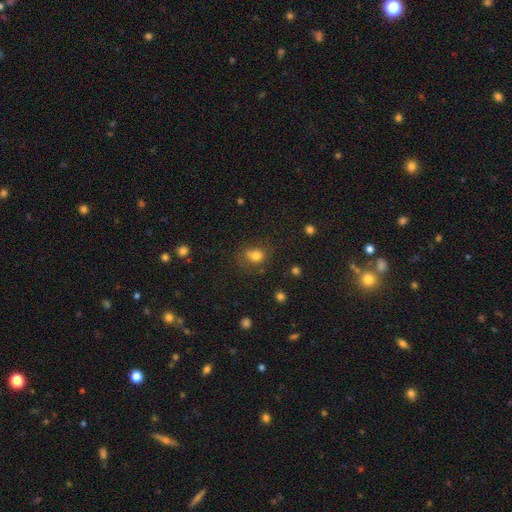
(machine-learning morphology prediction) smooth-or-featured: smooth: 77% | star or artifact: 14% | featured or disk: 9%
  how-rounded: round: 63% | in between: 36% | cigar-shaped: 1%
  merging: none: 56% | minor disturbance: 20% | merger: 15% | major disturbance: 9%